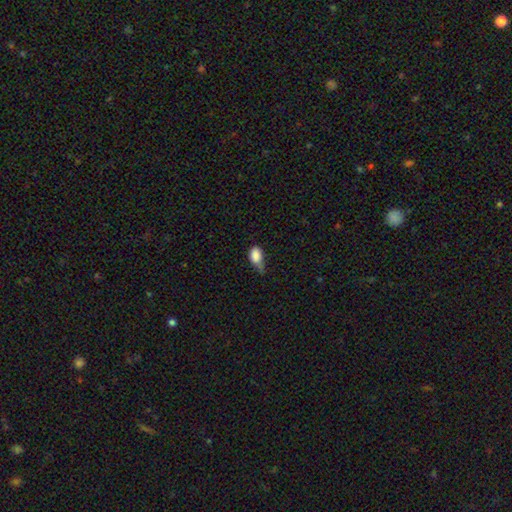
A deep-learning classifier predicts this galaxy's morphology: Smooth or featured?
  - smooth: 84% *
  - star or artifact: 8%
  - featured or disk: 8%
How rounded?
  - in between: 87% *
  - round: 11%
  - cigar-shaped: 3%
Merging?
  - minor disturbance: 46% *
  - none: 25%
  - major disturbance: 23%
  - merger: 5%